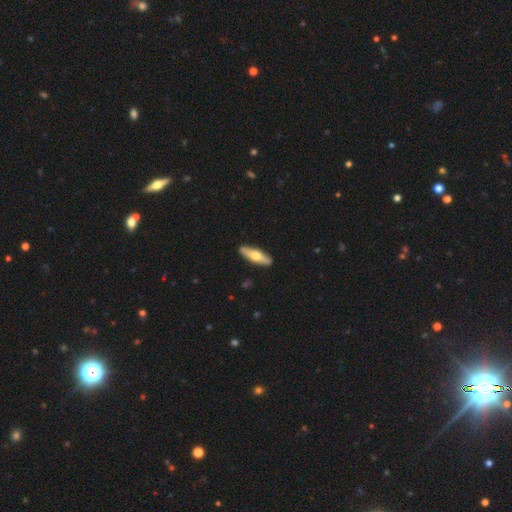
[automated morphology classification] The model was most divided on "smooth or featured": smooth: 50%, featured or disk: 45%, star or artifact: 5%. More confident: merging — none (90%); how rounded — cigar-shaped (62%).